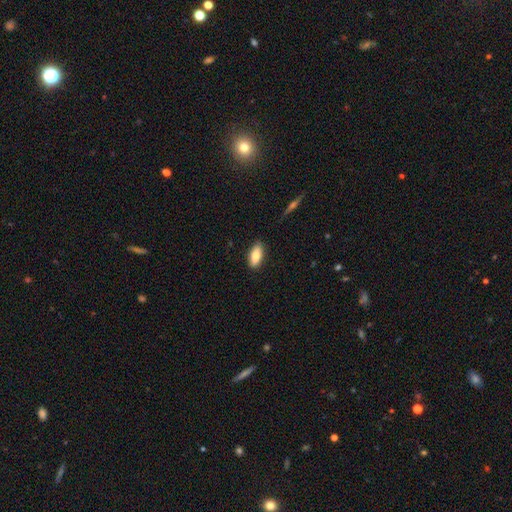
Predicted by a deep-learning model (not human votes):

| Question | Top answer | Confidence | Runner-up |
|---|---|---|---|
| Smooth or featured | smooth | 80% | featured or disk (13%) |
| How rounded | in between | 85% | cigar-shaped (13%) |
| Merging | none | 86% | minor disturbance (10%) |